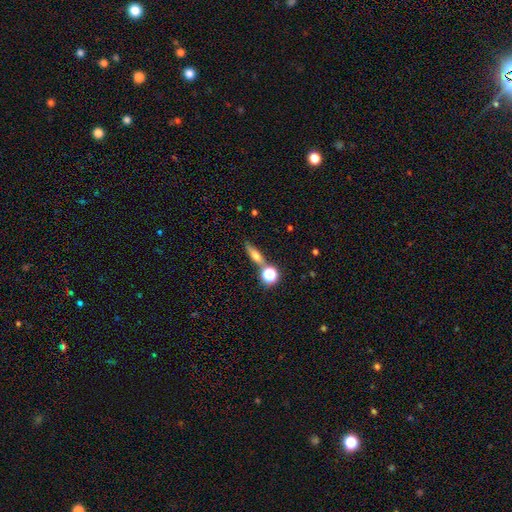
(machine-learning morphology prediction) Q: Smooth or featured?
A: smooth (52%); runner-up: featured or disk (33%)
Q: How rounded?
A: cigar-shaped (50%); runner-up: in between (35%)
Q: Merging?
A: none (71%); runner-up: merger (13%)